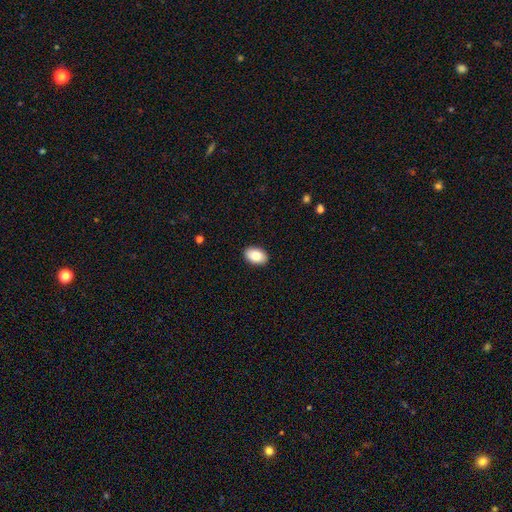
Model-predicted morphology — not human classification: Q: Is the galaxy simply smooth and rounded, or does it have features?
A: smooth — 85%.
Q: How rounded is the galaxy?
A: in between — 89%.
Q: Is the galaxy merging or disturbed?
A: none — 90%.